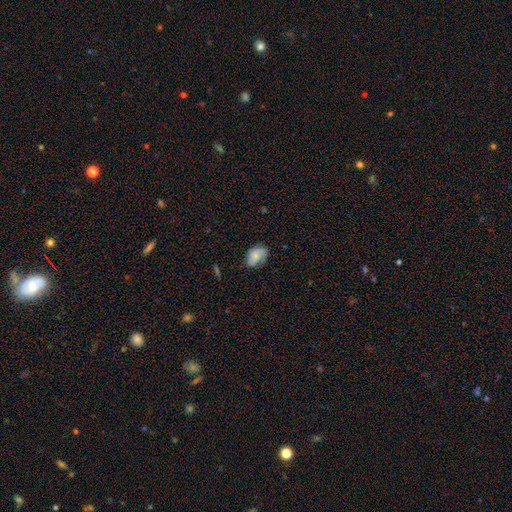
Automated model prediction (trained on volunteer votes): A smooth galaxy with no disk features (72%) that is in between round and cigar-shaped (84%).

Vote fractions:
- Smooth or featured? smooth: 72% / featured or disk: 20% / star or artifact: 8%
- How rounded? in between: 84% / round: 15% / cigar-shaped: 1%
- Merging? none: 67% / minor disturbance: 25% / major disturbance: 6% / merger: 1%